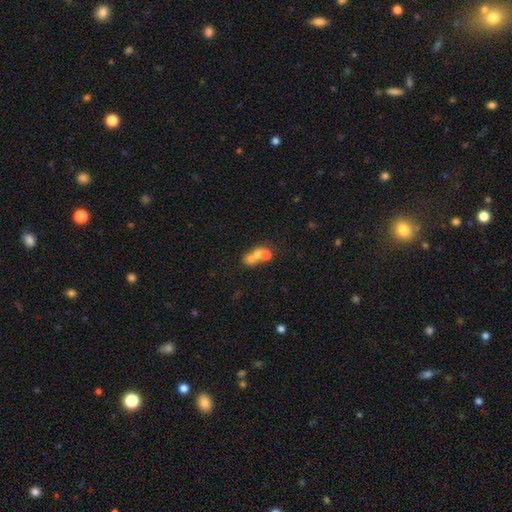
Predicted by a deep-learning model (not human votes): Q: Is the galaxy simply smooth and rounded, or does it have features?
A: smooth — 56%.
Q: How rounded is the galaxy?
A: round — 65%.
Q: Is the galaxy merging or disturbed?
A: merger — 63%.